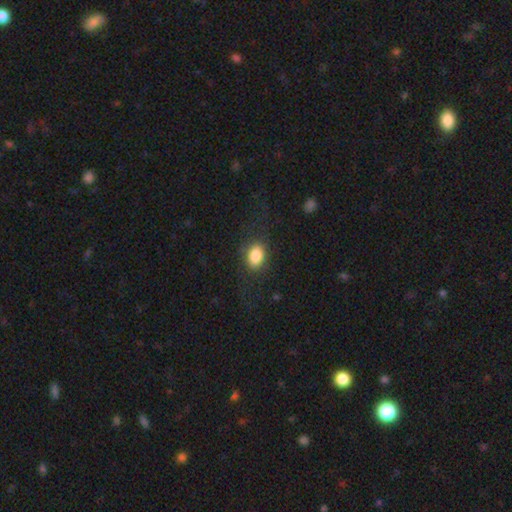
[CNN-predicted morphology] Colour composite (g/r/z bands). It shows a smooth galaxy with no disk features (84%) that is in between round and cigar-shaped (78%). Merging: none (77%).